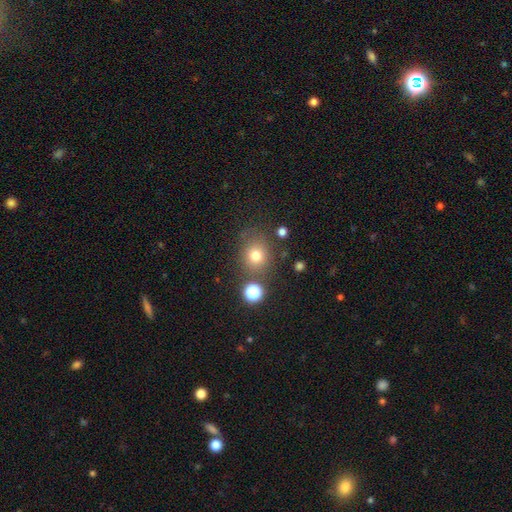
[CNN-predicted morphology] Smooth or featured? smooth (75%)
How rounded? round (79%)
Merging? none (75%)